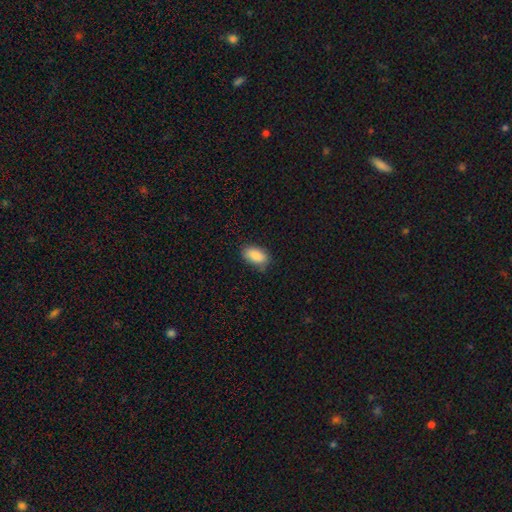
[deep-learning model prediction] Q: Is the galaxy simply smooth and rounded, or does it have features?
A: smooth — 88%.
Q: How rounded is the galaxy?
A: in between — 92%.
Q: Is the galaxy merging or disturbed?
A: none — 76%.